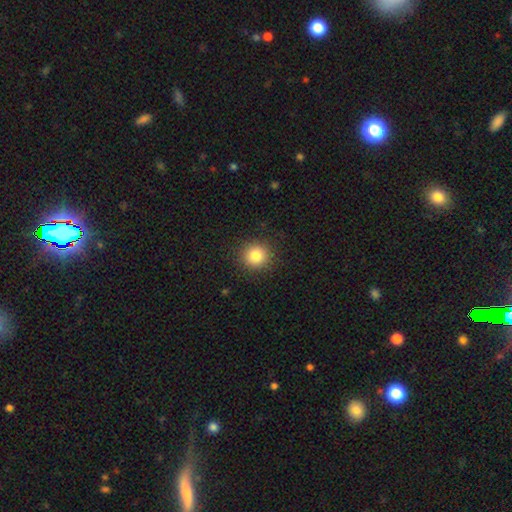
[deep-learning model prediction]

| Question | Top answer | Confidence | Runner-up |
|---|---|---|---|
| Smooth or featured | smooth | 82% | star or artifact (12%) |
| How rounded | round | 92% | in between (7%) |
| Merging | none | 91% | minor disturbance (6%) |